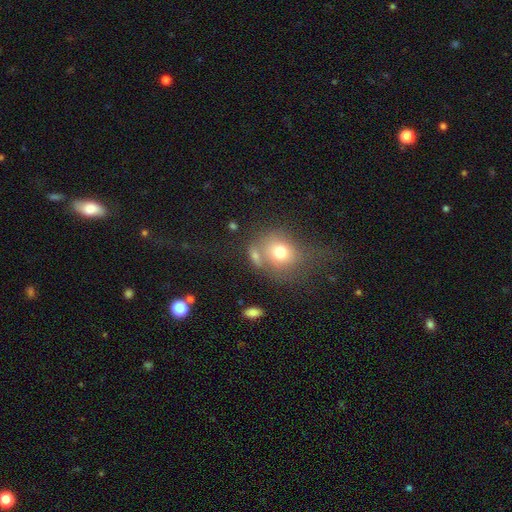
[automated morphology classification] A smooth galaxy with no disk features (70%) that is round (58%).

Vote fractions:
- Smooth or featured? smooth: 70% / featured or disk: 16% / star or artifact: 14%
- How rounded? round: 58% / in between: 39% / cigar-shaped: 3%
- Merging? none: 45% / merger: 28% / minor disturbance: 15% / major disturbance: 11%